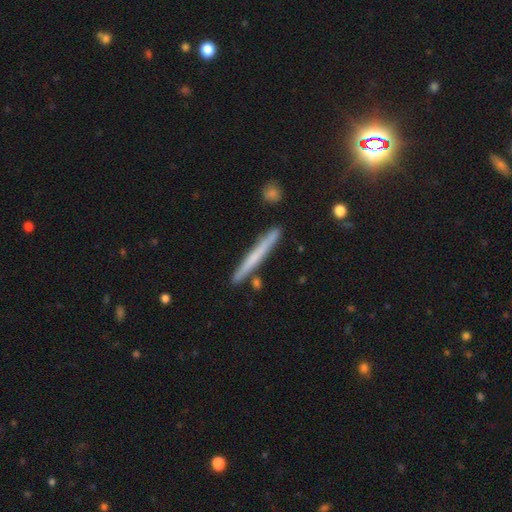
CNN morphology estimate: Smooth or featured? smooth (52%)
How rounded? cigar-shaped (97%)
Merging? none (87%)